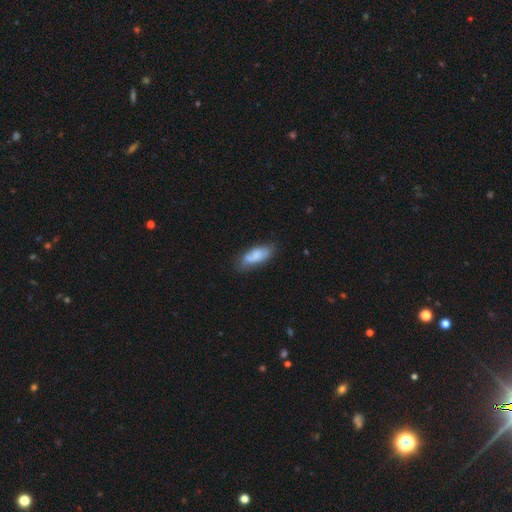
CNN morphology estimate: This is likely a smooth galaxy (73%). How rounded: likely in between (78%). Merging: likely none (61%).